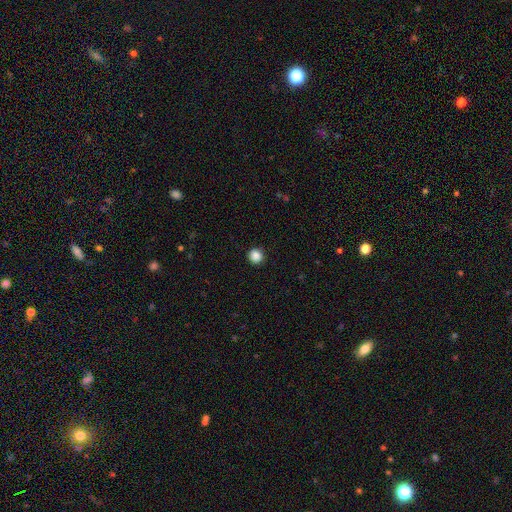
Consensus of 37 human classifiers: This is clearly a smooth galaxy (95%). How rounded: clearly round (94%). Merging: clearly none (94%).